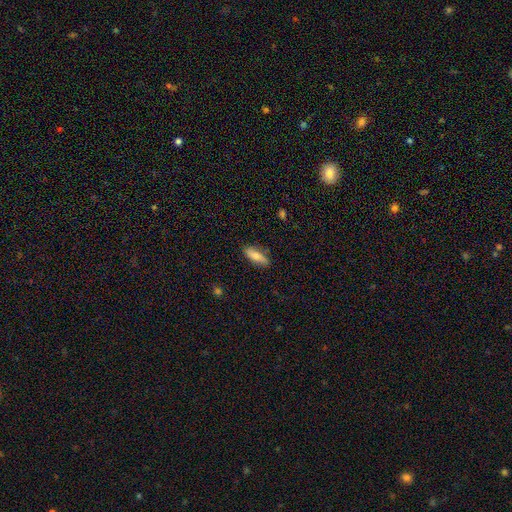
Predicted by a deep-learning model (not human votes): A smooth galaxy with no disk features (79%) that is in between round and cigar-shaped (65%).

Vote fractions:
- Smooth or featured? smooth: 79% / featured or disk: 15% / star or artifact: 6%
- How rounded? in between: 65% / cigar-shaped: 33% / round: 2%
- Merging? none: 82% / minor disturbance: 14% / major disturbance: 3% / merger: 2%